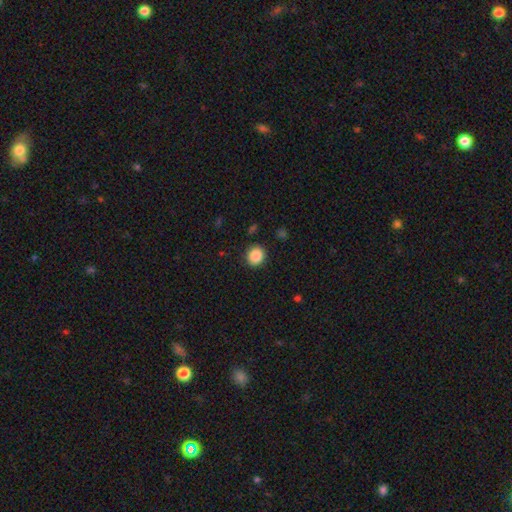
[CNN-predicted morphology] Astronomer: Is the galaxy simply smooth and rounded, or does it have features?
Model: smooth — 88%.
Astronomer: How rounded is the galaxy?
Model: round — 82%.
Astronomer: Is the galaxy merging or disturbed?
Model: none — 90%.